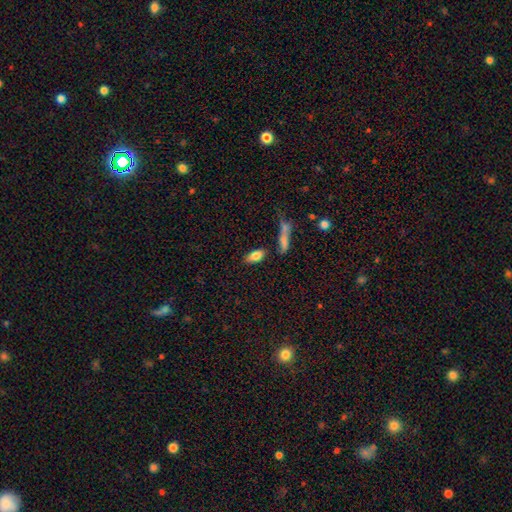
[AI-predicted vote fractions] This is clearly a smooth galaxy (81%). How rounded: clearly in between (85%). Merging: likely none (77%).